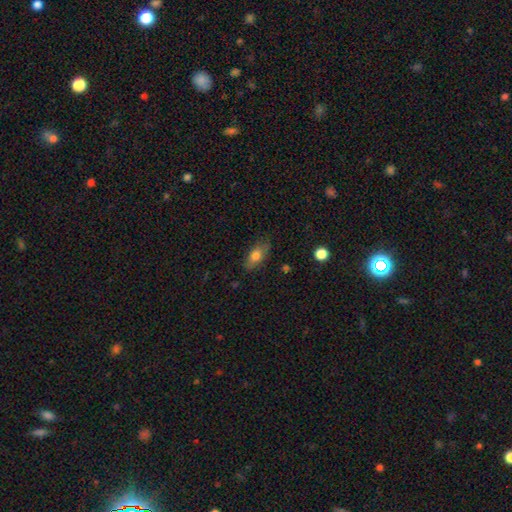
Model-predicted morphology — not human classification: This is likely a smooth galaxy (74%). How rounded: clearly in between (80%). Merging: likely none (78%).